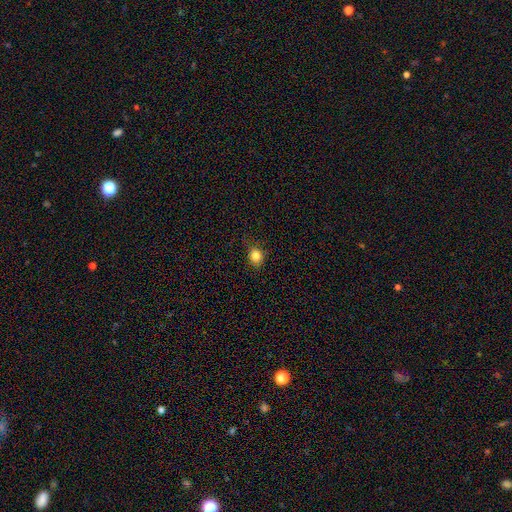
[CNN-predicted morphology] Smooth or featured: smooth — 83% (star or artifact — 12%)
How rounded: round — 76% (in between — 23%)
Merging: none — 81% (minor disturbance — 15%)